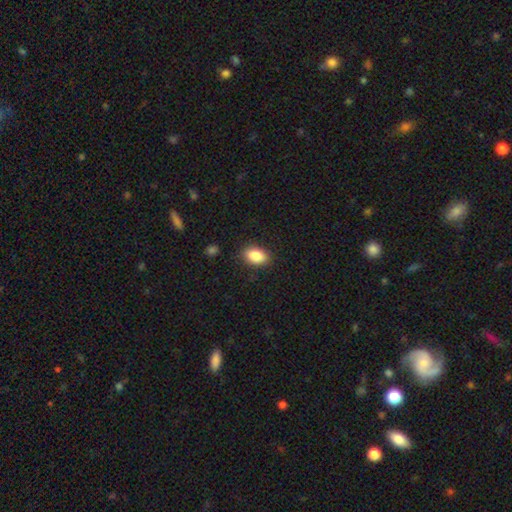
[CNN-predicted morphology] This appears to be a smooth galaxy with no disk features (87%) that is in between round and cigar-shaped (88%). Merging: none (86%).